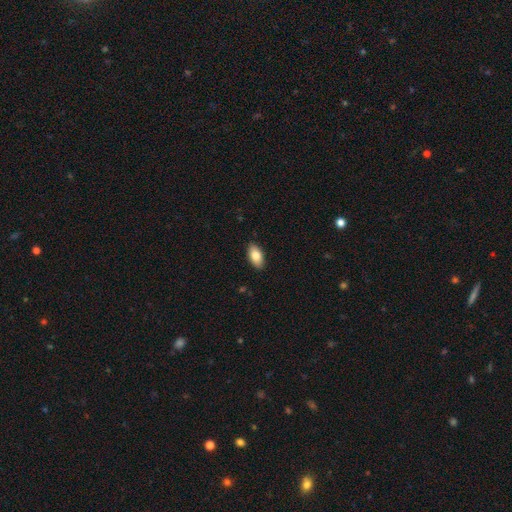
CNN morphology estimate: Q: Smooth or featured?
A: smooth (81%); runner-up: featured or disk (13%)
Q: How rounded?
A: in between (92%); runner-up: cigar-shaped (5%)
Q: Merging?
A: none (89%); runner-up: minor disturbance (8%)